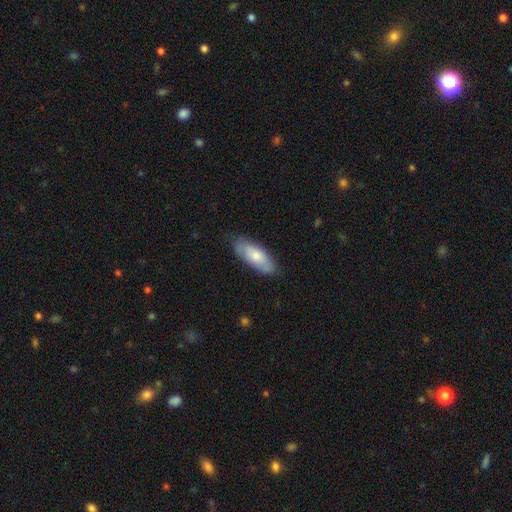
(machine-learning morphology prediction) This is likely a smooth galaxy (66%). How rounded: likely in between (77%). Merging: likely none (76%).